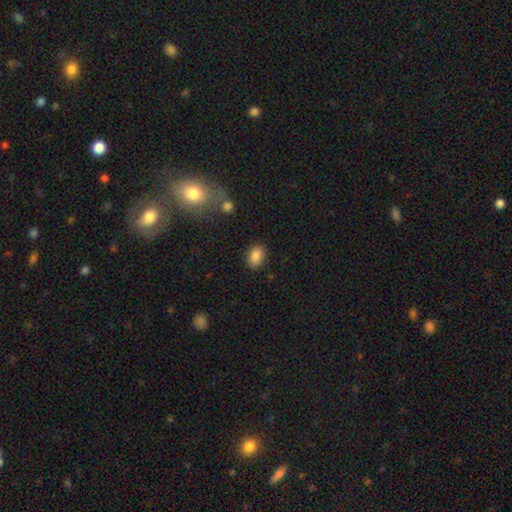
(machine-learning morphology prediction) A smooth galaxy with no disk features (86%) that is in between round and cigar-shaped (79%).

Vote fractions:
- Smooth or featured? smooth: 86% / star or artifact: 9% / featured or disk: 5%
- How rounded? in between: 79% / round: 20% / cigar-shaped: 1%
- Merging? none: 86% / minor disturbance: 9% / major disturbance: 3% / merger: 2%